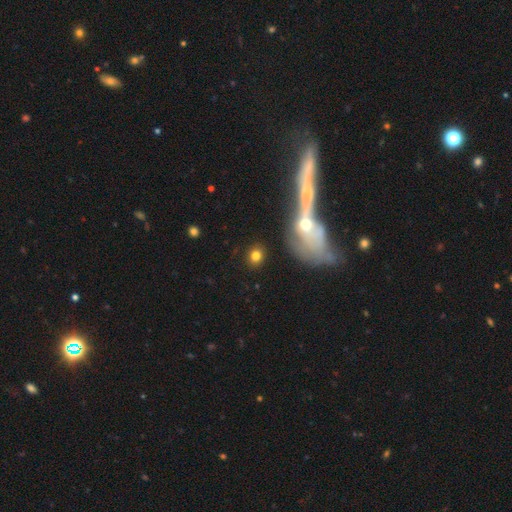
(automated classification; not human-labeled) smooth 77%, star or artifact 11%, featured or disk 11%. Down the decision tree: how rounded — round (75%); merging — none (82%).